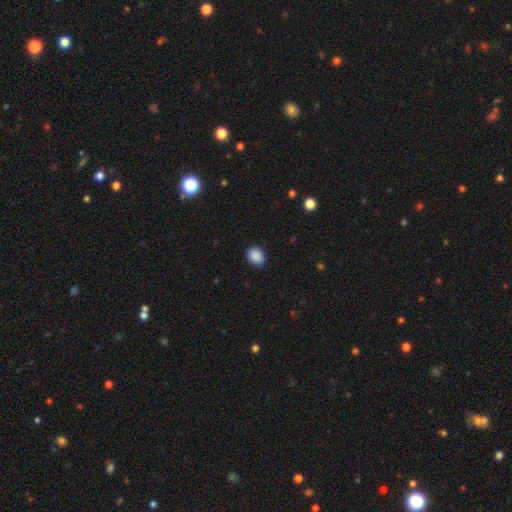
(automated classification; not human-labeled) Morphology: type=smooth (89%); roundness=round (63%); merging=none (91%).